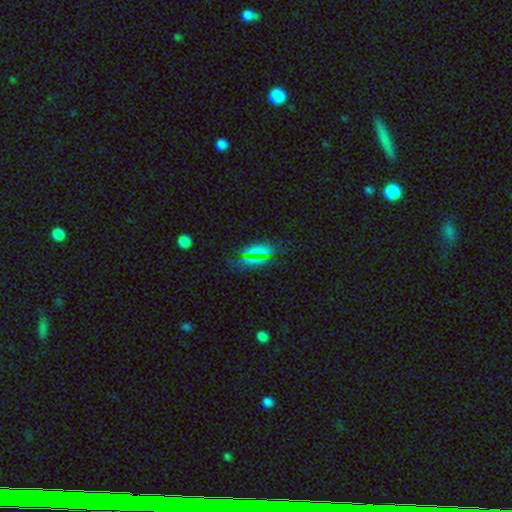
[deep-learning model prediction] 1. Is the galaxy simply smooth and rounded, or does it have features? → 66% smooth, 21% star or artifact, 13% featured or disk.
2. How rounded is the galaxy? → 61% in between, 26% cigar-shaped, 12% round.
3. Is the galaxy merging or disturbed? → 75% none, 16% minor disturbance, 5% major disturbance, 4% merger.